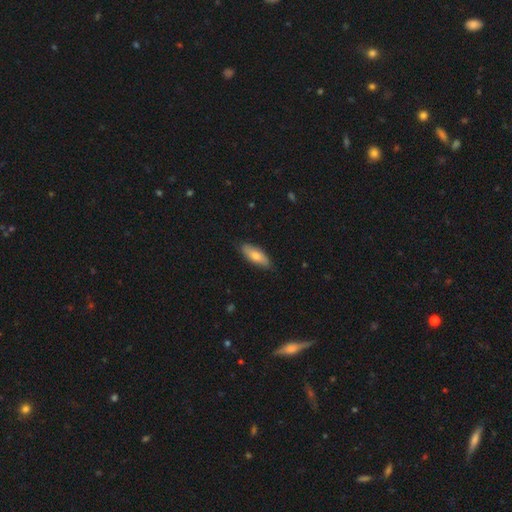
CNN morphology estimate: This appears to be a smooth galaxy with no disk features (71%) that is in between round and cigar-shaped (75%). Merging: none (83%).